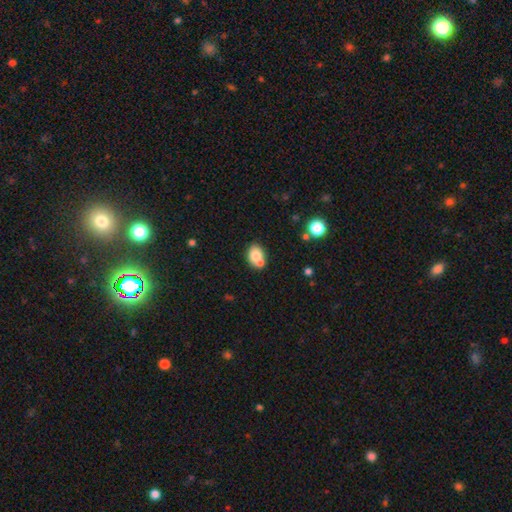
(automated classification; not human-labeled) Q: Smooth or featured?
A: smooth (77%); runner-up: featured or disk (14%)
Q: How rounded?
A: in between (64%); runner-up: round (35%)
Q: Merging?
A: none (46%); runner-up: merger (37%)